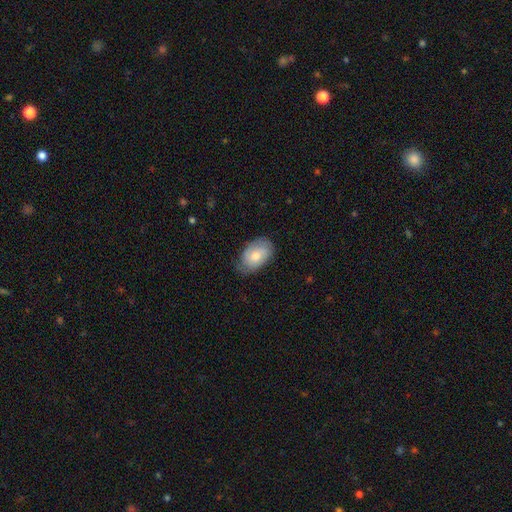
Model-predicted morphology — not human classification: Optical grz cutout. It shows a smooth galaxy with no disk features (70%) that is in between round and cigar-shaped (91%). Merging: none (67%).